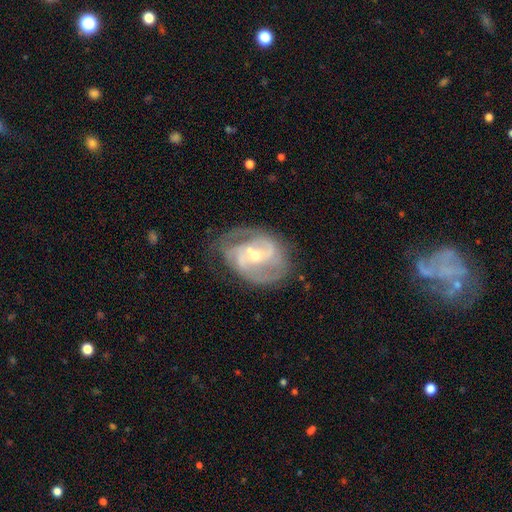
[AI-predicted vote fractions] The model was most divided on "bulge size": small: 50%, moderate: 46%, large: 2%, none: 1%, dominant: 1%. Remaining: edge-on disk — no (97%); spiral arms — yes (95%); smooth or featured — featured or disk (87%); merging — none (65%); spiral arm count — 2 (60%); spiral winding — medium (48%); bar — weak (46%).